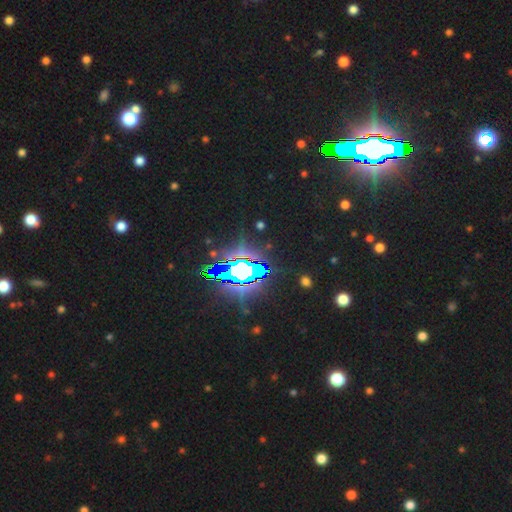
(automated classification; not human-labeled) Smooth or featured: star or artifact — 83% (smooth — 9%)